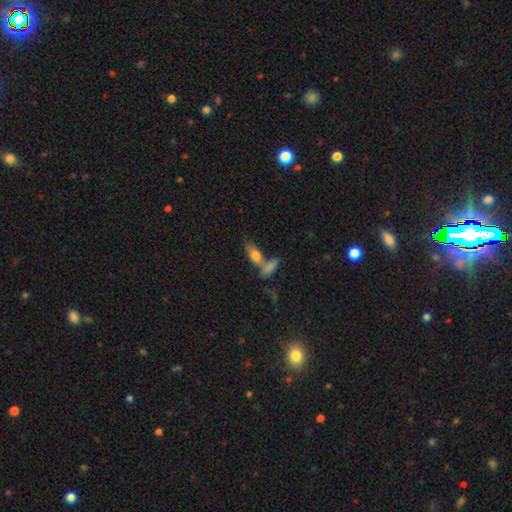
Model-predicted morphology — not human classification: smooth-or-featured: smooth: 73% | featured or disk: 19% | star or artifact: 8%
  how-rounded: in between: 74% | cigar-shaped: 22% | round: 4%
  merging: merger: 47% | none: 38% | minor disturbance: 10% | major disturbance: 5%